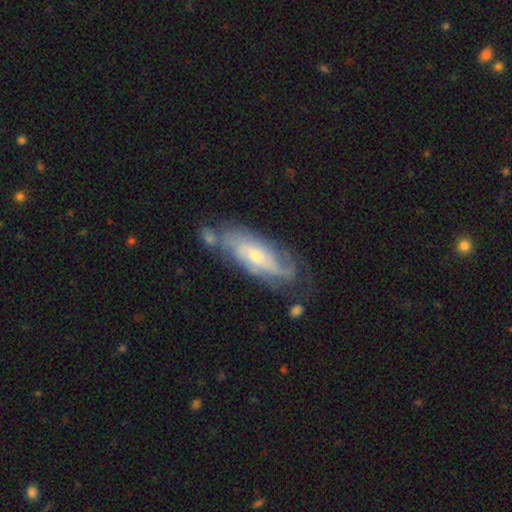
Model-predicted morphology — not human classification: Smooth or featured: featured or disk — 74% (smooth — 21%)
Edge-on disk: no — 85% (yes — 15%)
Bar: no — 61% (weak — 32%)
Spiral arms: yes — 89% (no — 11%)
Spiral winding: tight — 46% (medium — 37%)
Spiral arm count: can't tell — 42% (2 — 35%)
Bulge size: moderate — 48% (small — 46%)
Merging: none — 58% (minor disturbance — 23%)